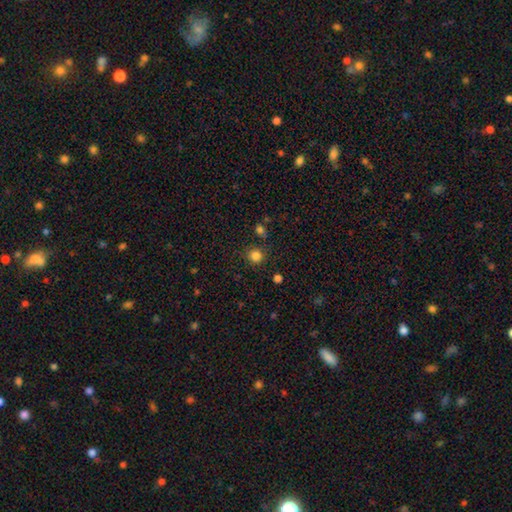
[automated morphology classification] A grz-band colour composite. It shows a smooth galaxy with no disk features (83%) that is round (91%). Merging: none (83%).